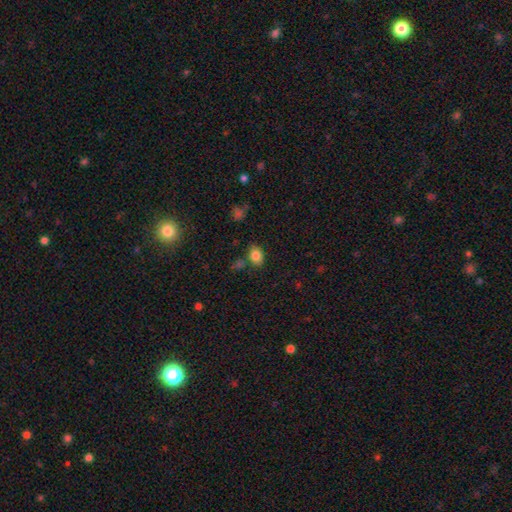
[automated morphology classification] This is clearly a smooth galaxy (83%). How rounded: likely in between (74%). Merging: likely none (78%).